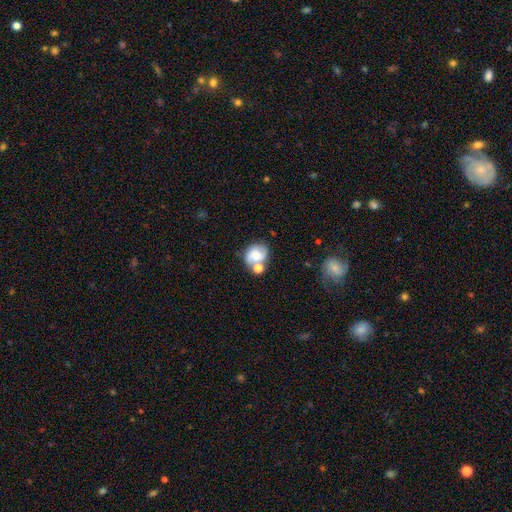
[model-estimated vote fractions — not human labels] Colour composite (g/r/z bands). It shows a smooth galaxy with no disk features (53%) that is round (55%). Merging: none (42%).